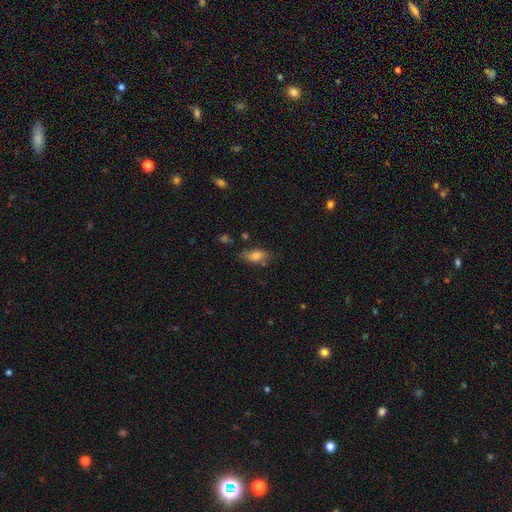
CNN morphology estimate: Smooth or featured? Predicted: smooth (p=0.77). How rounded? Predicted: in between (p=0.83). Merging? Predicted: none (p=0.68).